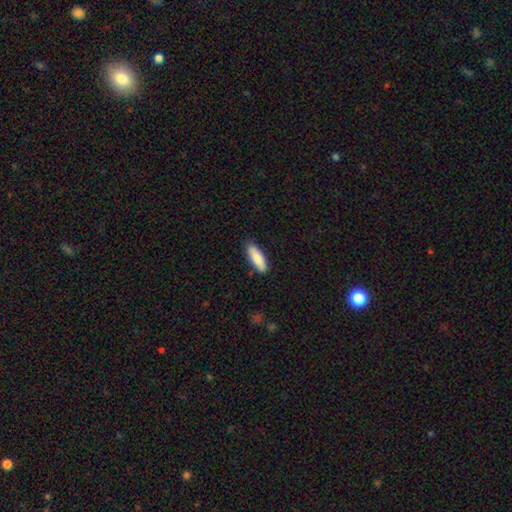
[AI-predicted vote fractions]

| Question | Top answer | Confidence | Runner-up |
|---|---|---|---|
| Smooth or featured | smooth | 84% | featured or disk (10%) |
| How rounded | cigar-shaped | 50% | in between (48%) |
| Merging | none | 86% | minor disturbance (11%) |